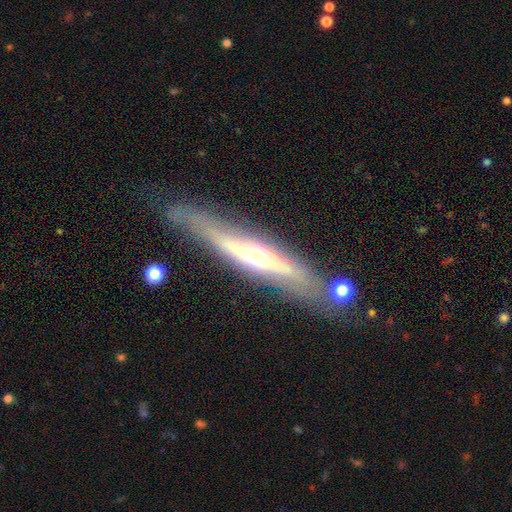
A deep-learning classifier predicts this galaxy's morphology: smooth-or-featured: featured or disk: 74% | smooth: 20% | star or artifact: 6%
  disk-edge-on: yes: 76% | no: 24%
    edge-on-bulge: rounded: 81% | none: 14% | boxy: 5%
  merging: none: 71% | minor disturbance: 18% | major disturbance: 6% | merger: 5%